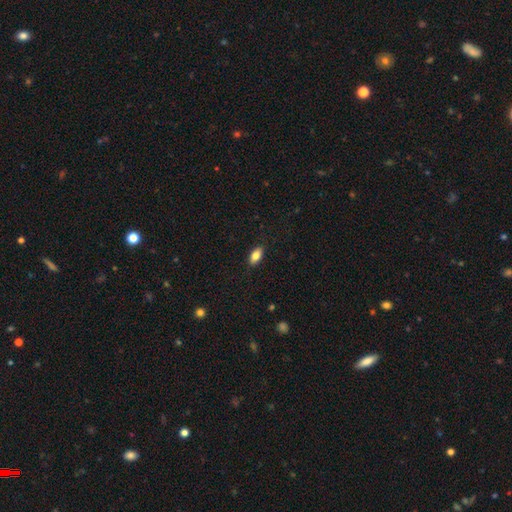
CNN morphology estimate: smooth 82%, featured or disk 11%, star or artifact 8%. Down the decision tree: how rounded — in between (90%); merging — none (88%).